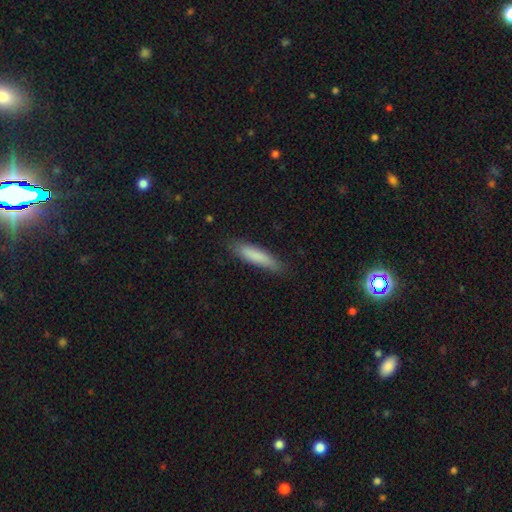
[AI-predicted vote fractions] The model was most divided on "how rounded": cigar-shaped: 81%, in between: 18%, round: 1%. More confident: merging — none (83%); smooth or featured — smooth (83%).